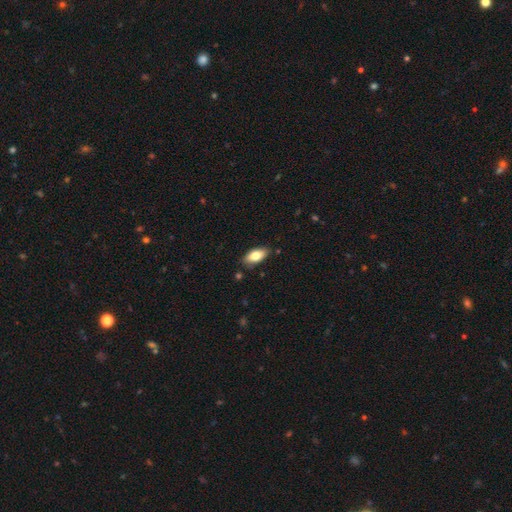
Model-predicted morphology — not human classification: Q: Smooth or featured?
A: smooth (79%); runner-up: featured or disk (14%)
Q: How rounded?
A: in between (90%); runner-up: cigar-shaped (7%)
Q: Merging?
A: none (83%); runner-up: minor disturbance (13%)